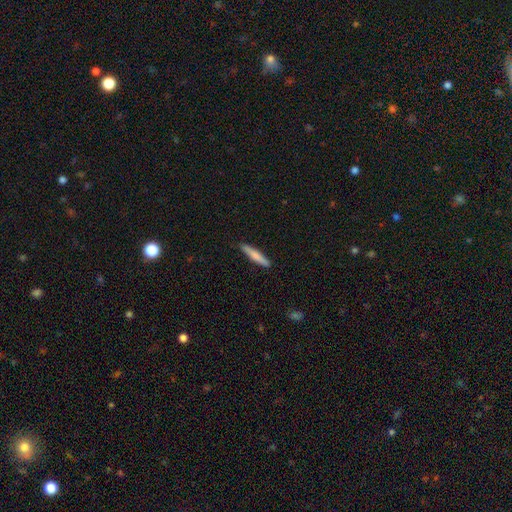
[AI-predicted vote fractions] A smooth galaxy with no disk features (74%) that is cigar-shaped (92%). Merging: none (88%).